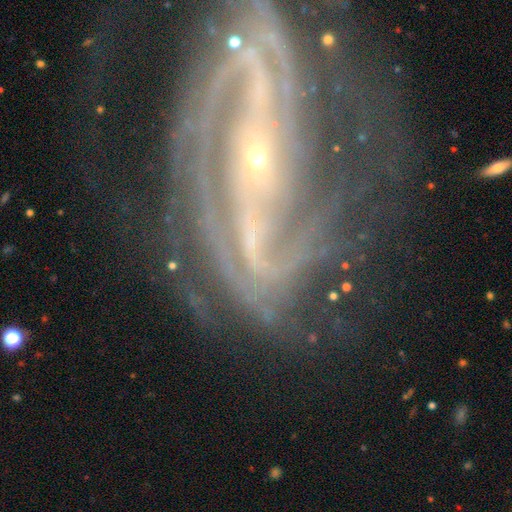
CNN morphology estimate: A featured or disk galaxy (79%) with a strong bar (49%), 2 (33%) tight (50%) spiral arms (91%) and a small central bulge (80%). Merging: none (56%).